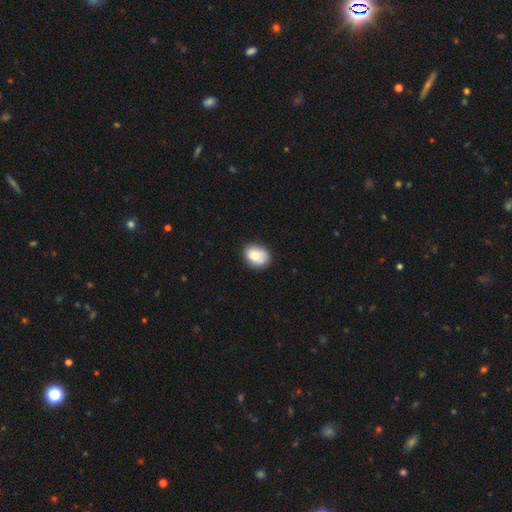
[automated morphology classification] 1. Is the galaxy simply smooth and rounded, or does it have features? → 76% smooth, 16% featured or disk, 7% star or artifact.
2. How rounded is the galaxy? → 57% in between, 42% round, 1% cigar-shaped.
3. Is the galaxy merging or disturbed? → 72% none, 20% minor disturbance, 4% major disturbance, 3% merger.